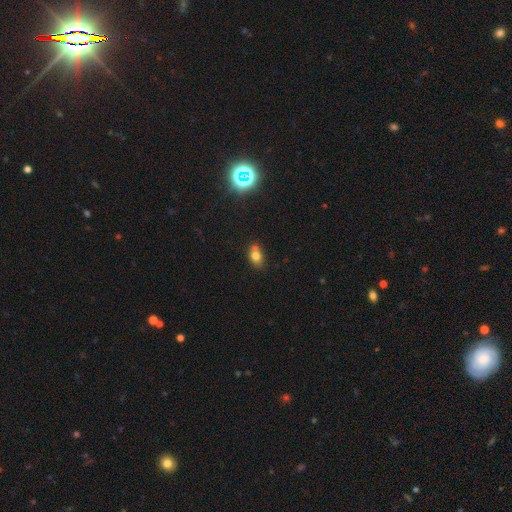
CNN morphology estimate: type=smooth (74%); roundness=in between (72%); merging=none (60%).